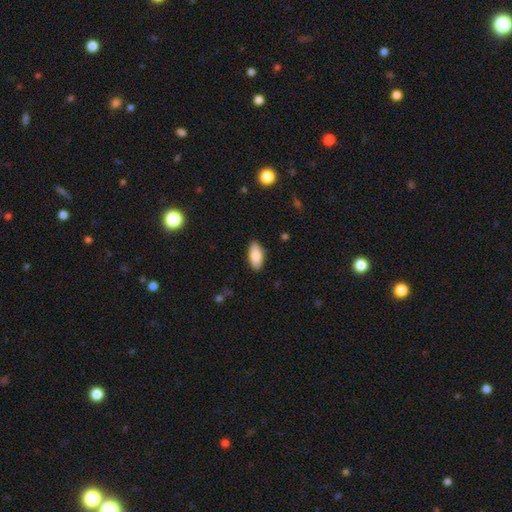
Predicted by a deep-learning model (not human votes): The model was most divided on "smooth or featured": smooth: 83%, featured or disk: 10%, star or artifact: 6%. More confident: how rounded — in between (89%); merging — none (87%).